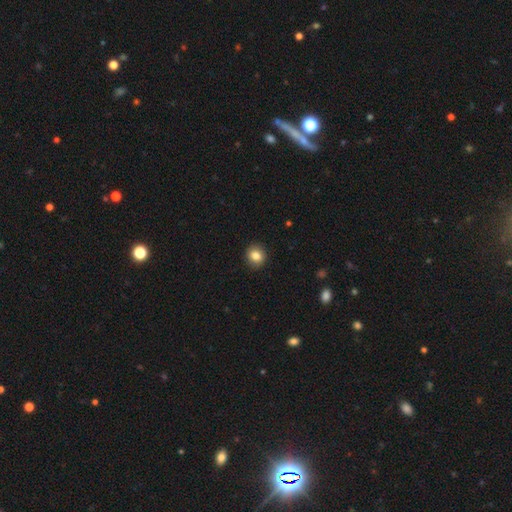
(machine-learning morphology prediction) This appears to be a smooth galaxy with no disk features (85%) that is round (79%). Merging: none (91%).